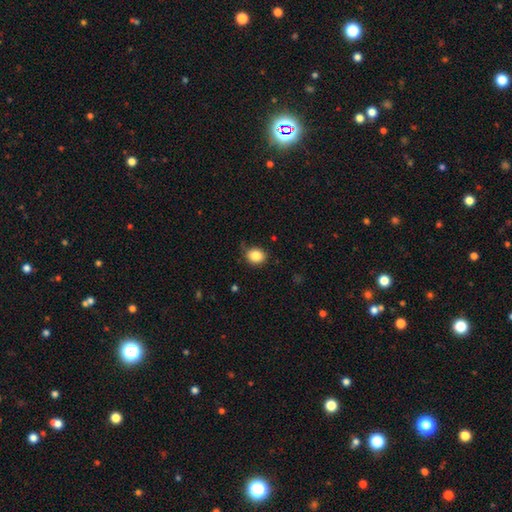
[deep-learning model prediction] smooth_or_featured: smooth (p=0.85) [alt: star or artifact p=0.10]
how_rounded: round (p=0.65) [alt: in between p=0.34]
merging: none (p=0.79) [alt: minor disturbance p=0.16]